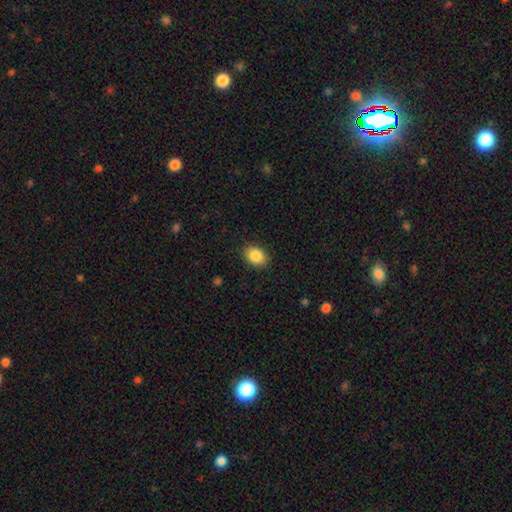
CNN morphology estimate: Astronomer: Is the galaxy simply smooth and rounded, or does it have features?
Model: smooth — 87%.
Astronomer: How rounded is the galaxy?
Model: in between — 67%.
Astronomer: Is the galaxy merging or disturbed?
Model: none — 88%.